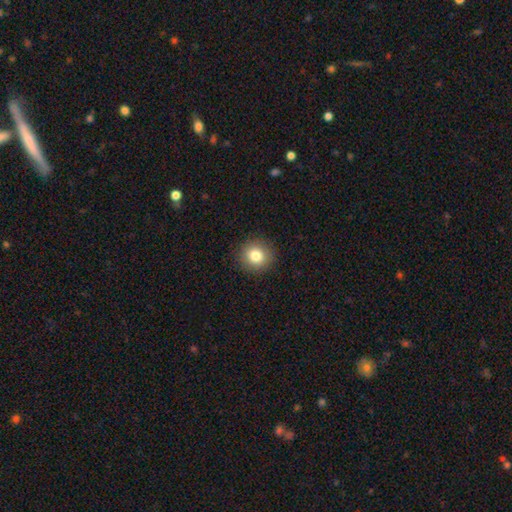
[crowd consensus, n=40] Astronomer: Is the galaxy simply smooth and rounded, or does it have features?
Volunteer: smooth — 85%.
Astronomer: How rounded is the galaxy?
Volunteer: round — 94%.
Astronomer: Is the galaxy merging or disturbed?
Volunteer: none — 84%.